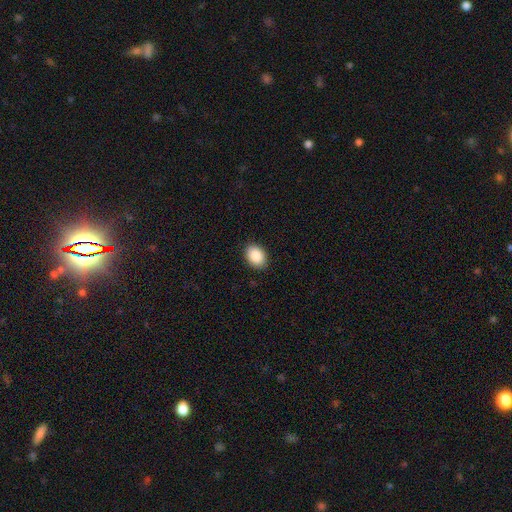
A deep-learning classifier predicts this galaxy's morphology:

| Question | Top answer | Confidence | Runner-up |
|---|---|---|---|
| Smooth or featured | smooth | 90% | star or artifact (7%) |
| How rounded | in between | 76% | round (23%) |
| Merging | none | 89% | minor disturbance (8%) |